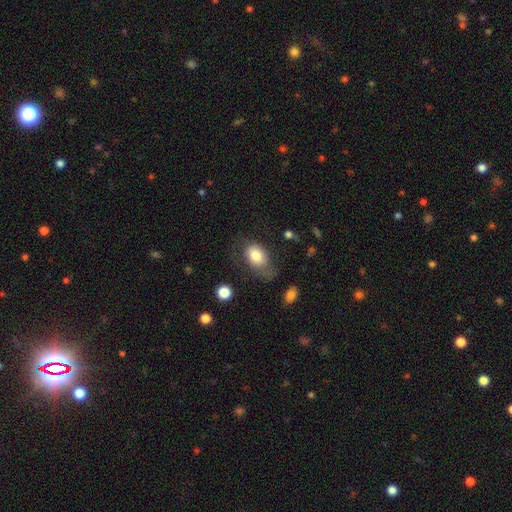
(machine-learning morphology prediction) This is likely a smooth galaxy (78%). How rounded: clearly in between (83%). Merging: possibly none (46%).